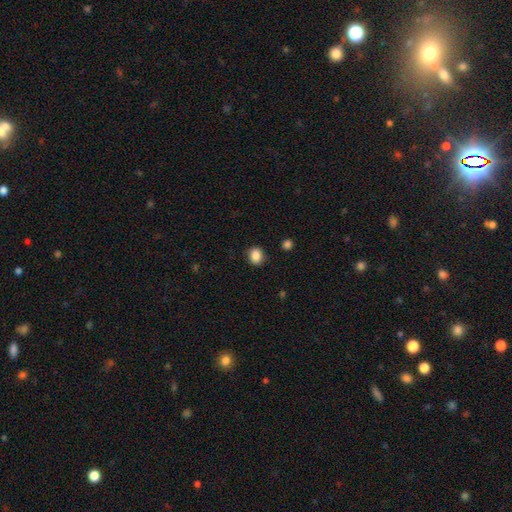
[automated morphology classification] This is clearly a smooth galaxy (86%). How rounded: likely round (70%). Merging: clearly none (87%).